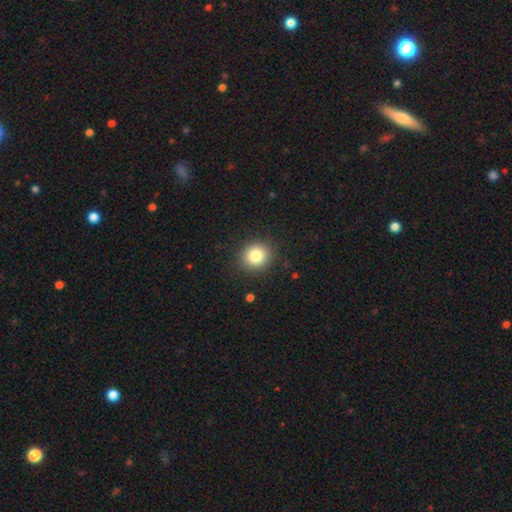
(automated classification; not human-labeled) This is clearly a smooth galaxy (83%). How rounded: clearly round (83%). Merging: clearly none (89%).